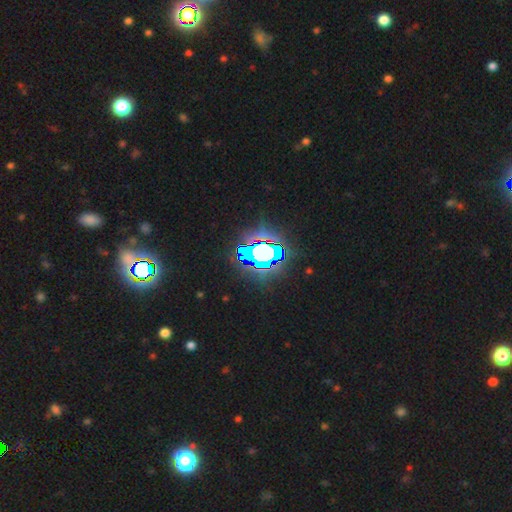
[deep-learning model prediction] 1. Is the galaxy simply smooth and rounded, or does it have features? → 81% star or artifact, 10% smooth, 8% featured or disk.